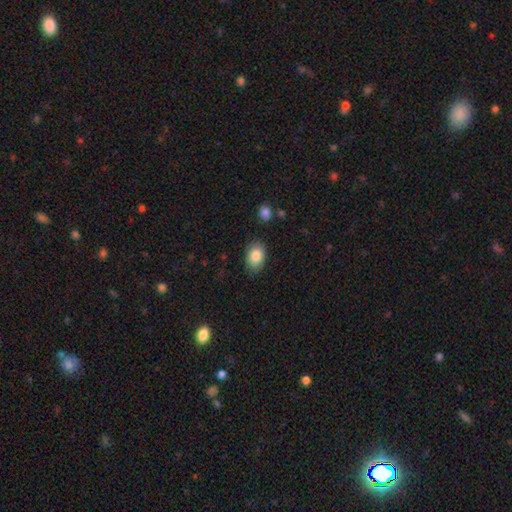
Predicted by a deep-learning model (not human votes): Smooth or featured?
  - smooth: 85% *
  - featured or disk: 8%
  - star or artifact: 7%
How rounded?
  - in between: 83% *
  - round: 16%
  - cigar-shaped: 1%
Merging?
  - none: 81% *
  - minor disturbance: 14%
  - major disturbance: 3%
  - merger: 2%